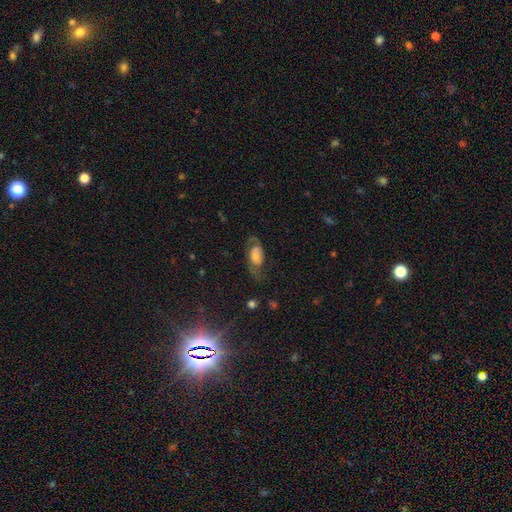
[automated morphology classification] Overall: featured or disk (56%; smooth 35%). Edge-on disk: no (93%). Bar: no (61%; weak 30%). Spiral arms: yes (79%). Bulge size: moderate (34%; small 33%). Merging: none (56%; minor disturbance 21%).